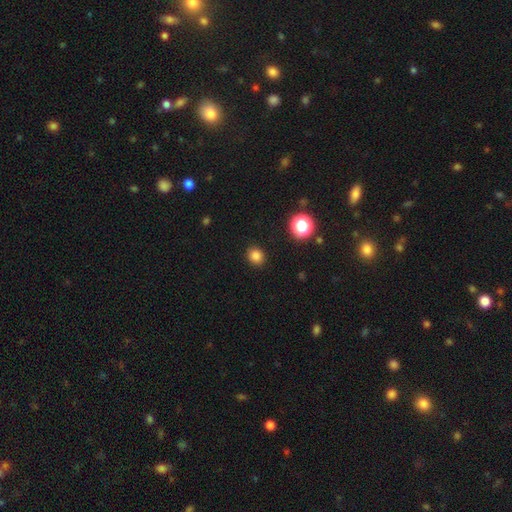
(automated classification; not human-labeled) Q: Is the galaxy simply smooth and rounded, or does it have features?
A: smooth — 83%.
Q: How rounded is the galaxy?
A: round — 76%.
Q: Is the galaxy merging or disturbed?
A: none — 91%.